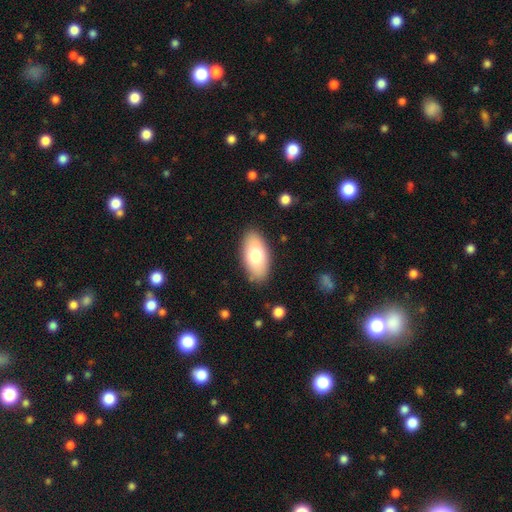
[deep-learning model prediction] smooth_or_featured: smooth (p=0.72) [alt: featured or disk p=0.22]
how_rounded: in between (p=0.93) [alt: cigar-shaped p=0.04]
merging: none (p=0.85) [alt: minor disturbance p=0.10]